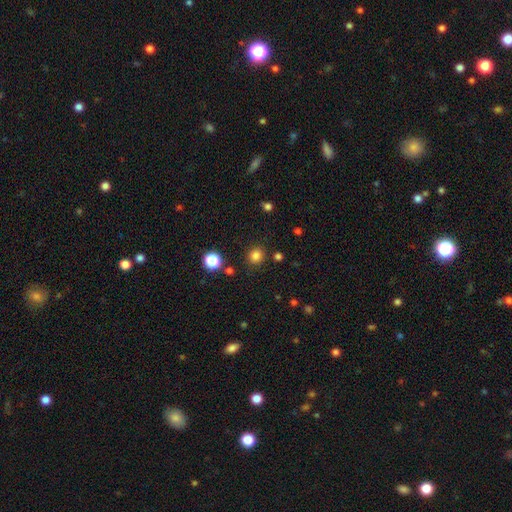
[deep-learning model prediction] This appears to be a smooth galaxy with no disk features (82%) that is round (88%). Merging: none (87%).